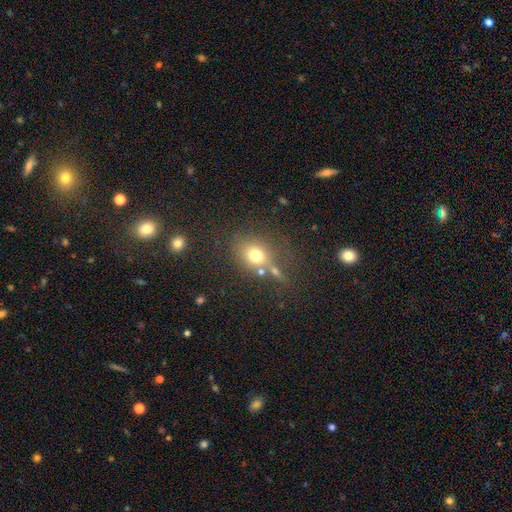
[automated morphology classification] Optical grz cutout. It shows a smooth galaxy with no disk features (71%) that is round (60%). Merging: none (61%).